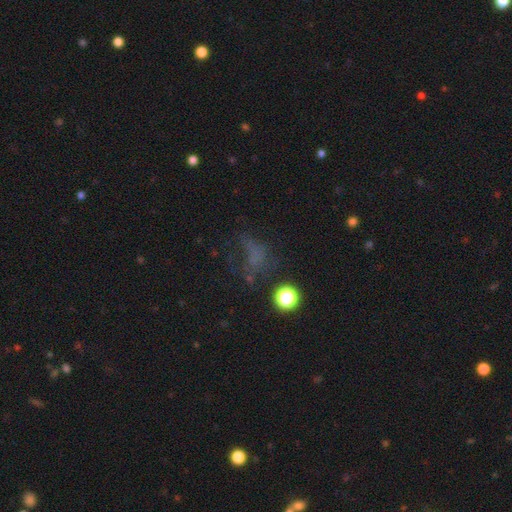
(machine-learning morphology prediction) Smooth or featured? Predicted: smooth (p=0.41). Merging? Predicted: none (p=0.42).